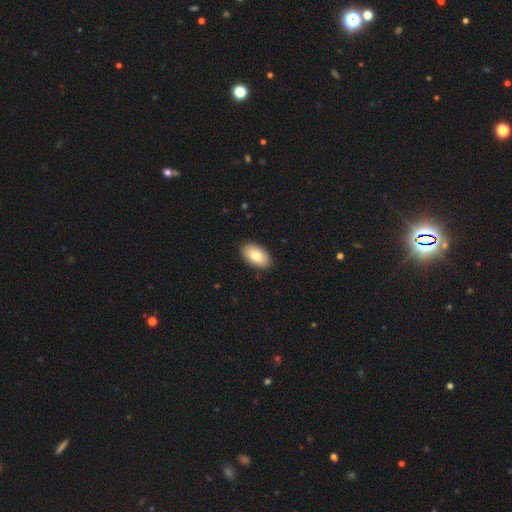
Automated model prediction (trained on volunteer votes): Smooth or featured?
  - smooth: 81% *
  - featured or disk: 13%
  - star or artifact: 6%
How rounded?
  - in between: 95% *
  - round: 4%
  - cigar-shaped: 2%
Merging?
  - none: 89% *
  - minor disturbance: 8%
  - major disturbance: 2%
  - merger: 1%